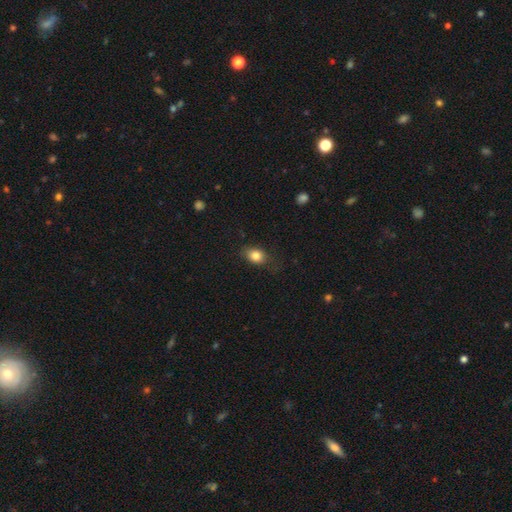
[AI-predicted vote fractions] smooth-or-featured: smooth: 83% | star or artifact: 10% | featured or disk: 8%
  how-rounded: in between: 64% | round: 35% | cigar-shaped: 2%
  merging: none: 71% | minor disturbance: 21% | major disturbance: 7% | merger: 1%